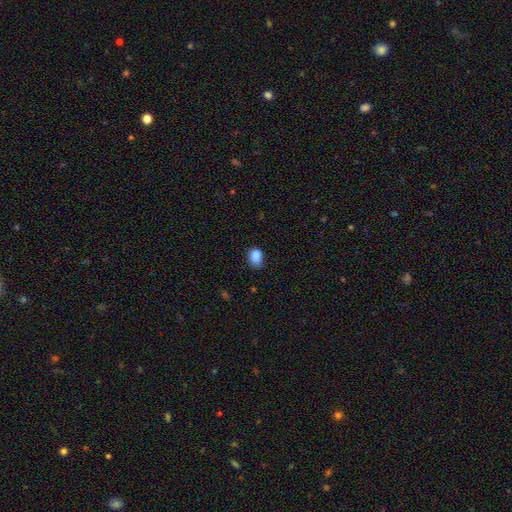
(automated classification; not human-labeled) Overall: smooth (86%). How rounded: in between (67%; round 32%). Merging: none (58%; minor disturbance 33%).